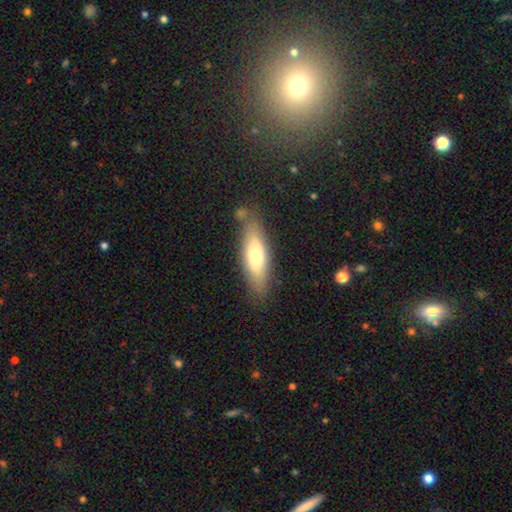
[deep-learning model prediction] Smooth or featured? Predicted: smooth (p=0.60). How rounded? Predicted: cigar-shaped (p=0.51). Merging? Predicted: none (p=0.78).